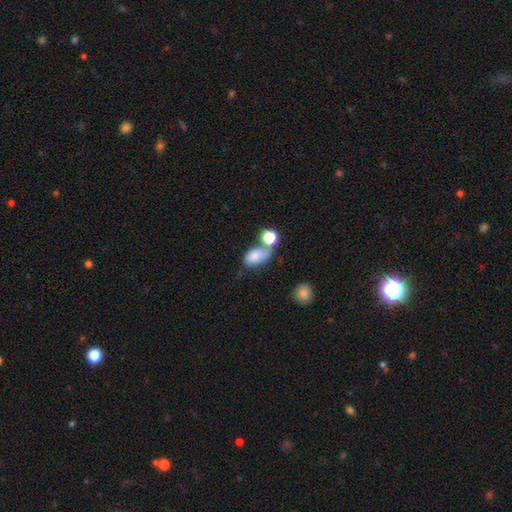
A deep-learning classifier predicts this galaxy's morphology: A smooth galaxy with no disk features (81%) that is in between round and cigar-shaped (88%). Merging: none (38%).